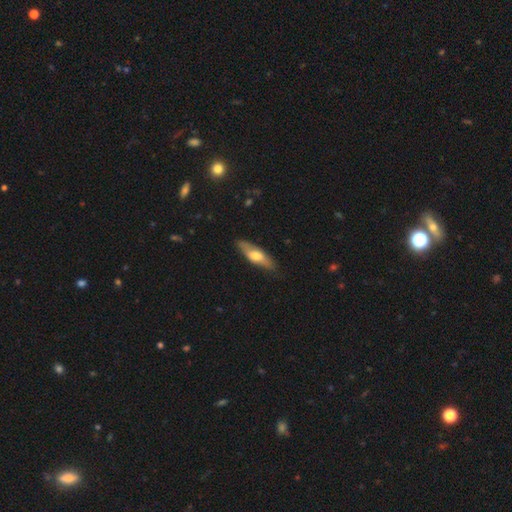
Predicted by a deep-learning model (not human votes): Smooth or featured? Predicted: smooth (p=0.57). How rounded? Predicted: cigar-shaped (p=0.51). Merging? Predicted: none (p=0.82).